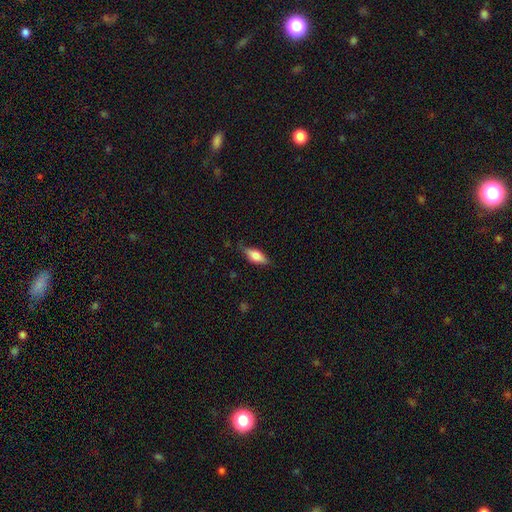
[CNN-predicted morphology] Smooth or featured? smooth (68%)
How rounded? in between (74%)
Merging? none (73%)